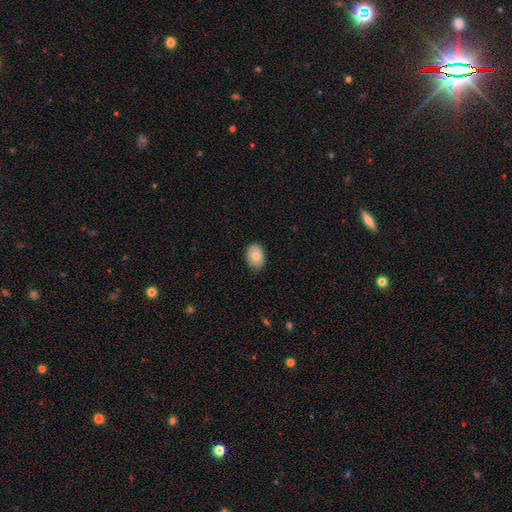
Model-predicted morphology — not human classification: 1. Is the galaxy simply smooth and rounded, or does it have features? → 84% smooth, 9% featured or disk, 7% star or artifact.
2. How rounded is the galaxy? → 76% in between, 23% round, 1% cigar-shaped.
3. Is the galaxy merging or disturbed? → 83% none, 14% minor disturbance, 2% major disturbance, 1% merger.